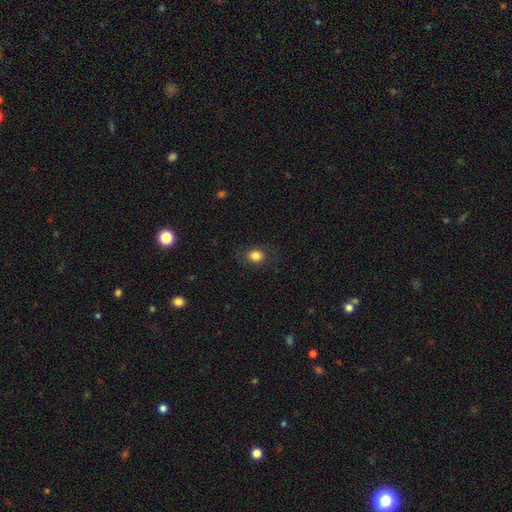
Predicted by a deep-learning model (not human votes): Morphology: type=smooth (83%); roundness=round (62%); merging=none (82%).